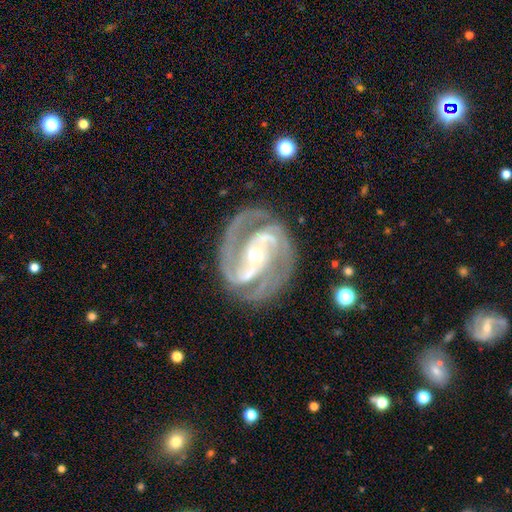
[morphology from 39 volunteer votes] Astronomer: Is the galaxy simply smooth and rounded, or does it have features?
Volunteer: featured or disk — 95%.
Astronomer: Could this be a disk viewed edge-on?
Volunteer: no — 95%.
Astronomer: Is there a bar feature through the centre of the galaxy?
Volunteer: strong — 49% (runner-up: no, 37%).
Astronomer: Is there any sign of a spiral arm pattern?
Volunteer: yes — 97%.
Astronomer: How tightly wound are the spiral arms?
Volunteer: tight — 59% (runner-up: medium, 35%).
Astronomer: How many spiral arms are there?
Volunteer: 2 — 85%.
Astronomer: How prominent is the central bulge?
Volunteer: small — 51% (runner-up: moderate, 43%).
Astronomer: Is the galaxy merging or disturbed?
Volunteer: none — 86%.